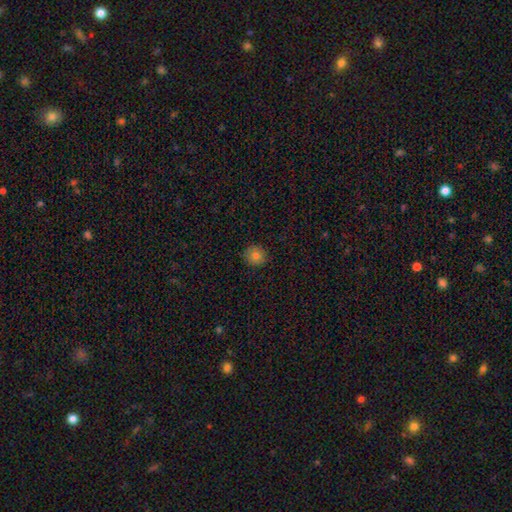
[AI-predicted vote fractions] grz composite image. It shows a smooth galaxy with no disk features (80%) that is round (90%). Merging: none (89%).